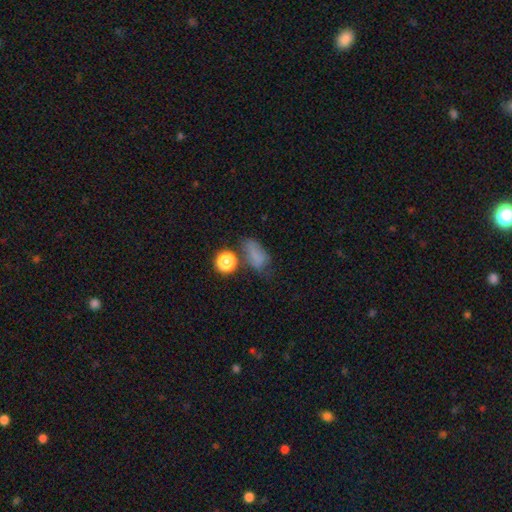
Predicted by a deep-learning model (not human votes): Smooth or featured?
  - smooth: 69% *
  - star or artifact: 17%
  - featured or disk: 13%
How rounded?
  - in between: 76% *
  - round: 19%
  - cigar-shaped: 4%
Merging?
  - none: 46% *
  - minor disturbance: 27%
  - major disturbance: 16%
  - merger: 11%